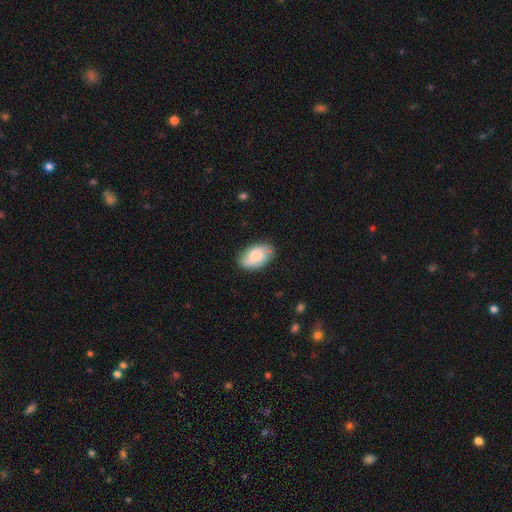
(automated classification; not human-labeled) A smooth galaxy with no disk features (61%) that is in between round and cigar-shaped (91%). Merging: none (75%).